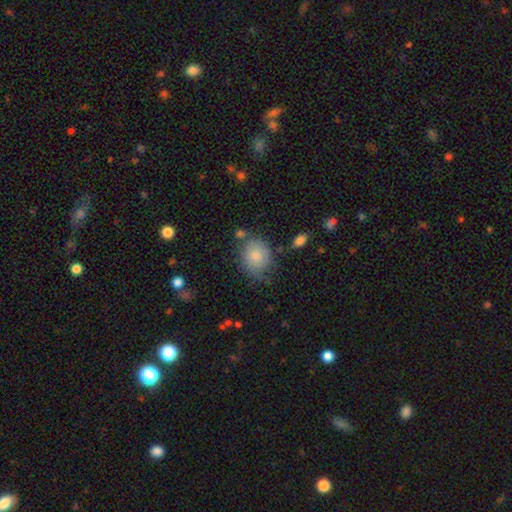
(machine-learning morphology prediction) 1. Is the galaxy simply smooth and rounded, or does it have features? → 78% smooth, 14% featured or disk, 7% star or artifact.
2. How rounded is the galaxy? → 63% round, 36% in between, 1% cigar-shaped.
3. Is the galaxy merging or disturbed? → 56% none, 28% minor disturbance, 9% major disturbance, 6% merger.